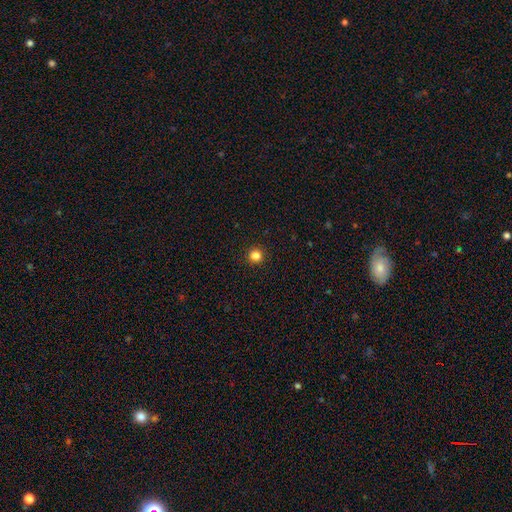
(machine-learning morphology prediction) Overall: smooth (84%). How rounded: round (94%). Merging: none (93%).